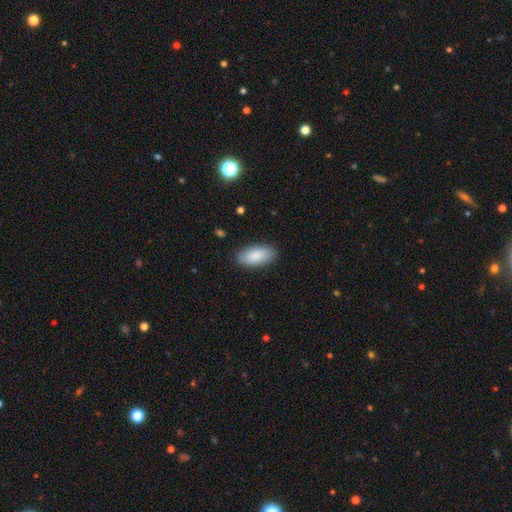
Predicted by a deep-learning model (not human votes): Smooth or featured? smooth (88%)
How rounded? in between (92%)
Merging? none (88%)